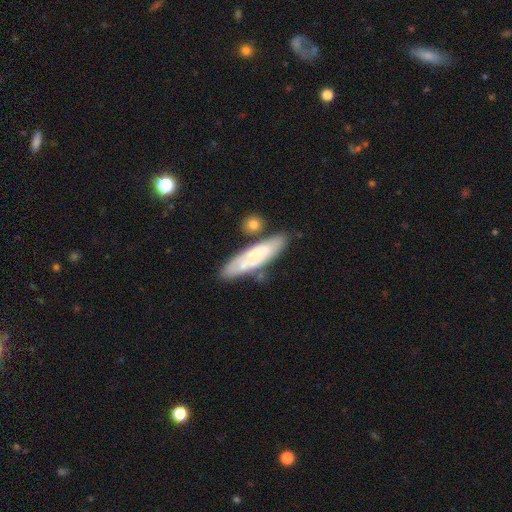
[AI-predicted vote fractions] Smooth or featured?
  - smooth: 51% *
  - featured or disk: 43%
  - star or artifact: 6%
How rounded?
  - cigar-shaped: 65% *
  - in between: 33%
  - round: 2%
Merging?
  - none: 65% *
  - minor disturbance: 18%
  - merger: 13%
  - major disturbance: 5%